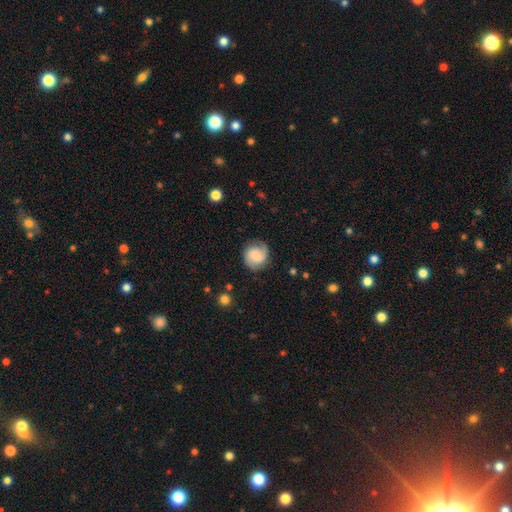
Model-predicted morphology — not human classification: type=featured or disk (57%); edge-on=no (98%); bar=no (49%); spiral arms=yes (94%); winding=medium (44%); arm count=2 (76%); bulge=small (32%); merging=none (79%).